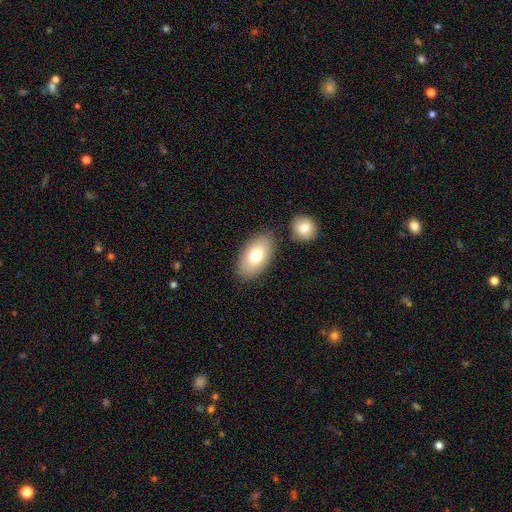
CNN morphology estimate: A smooth galaxy with no disk features (75%) that is in between round and cigar-shaped (93%).

Vote fractions:
- Smooth or featured? smooth: 75% / featured or disk: 18% / star or artifact: 7%
- How rounded? in between: 93% / round: 5% / cigar-shaped: 2%
- Merging? none: 81% / minor disturbance: 10% / merger: 6% / major disturbance: 3%